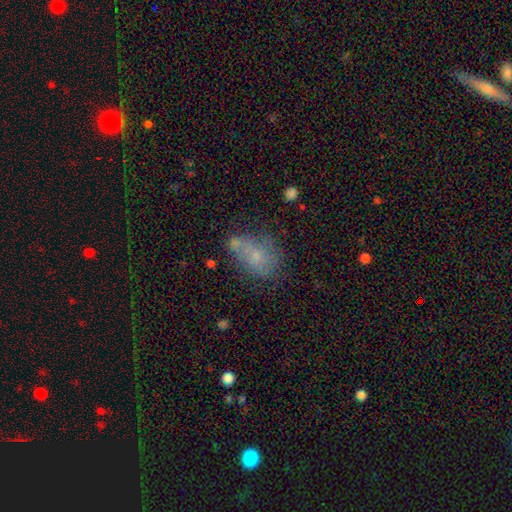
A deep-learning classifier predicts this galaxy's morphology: A smooth galaxy with no disk features (59%) that is in between round and cigar-shaped (74%).

Vote fractions:
- Smooth or featured? smooth: 59% / featured or disk: 29% / star or artifact: 12%
- How rounded? in between: 74% / round: 24% / cigar-shaped: 2%
- Merging? none: 41% / minor disturbance: 24% / merger: 21% / major disturbance: 14%